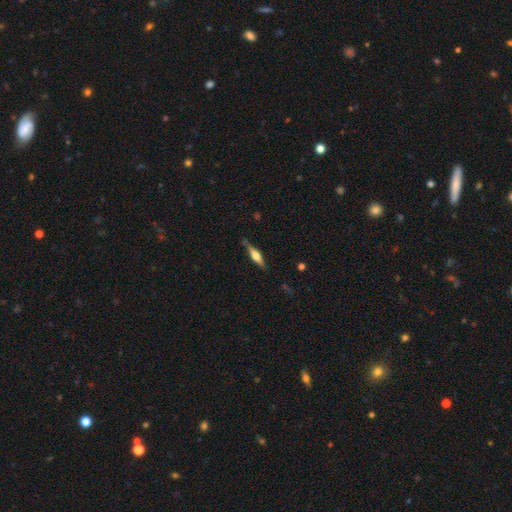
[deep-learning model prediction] featured or disk 60%, smooth 33%, star or artifact 6%. Down the decision tree: edge-on disk — yes (96%); edge-on bulge — rounded (80%); merging — none (79%).